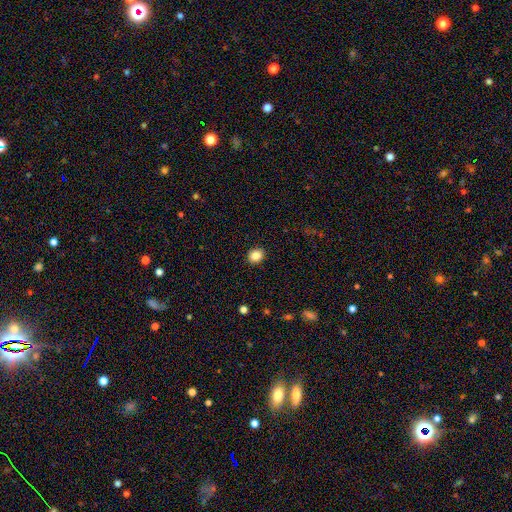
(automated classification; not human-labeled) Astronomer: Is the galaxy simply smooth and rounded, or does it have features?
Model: smooth — 85%.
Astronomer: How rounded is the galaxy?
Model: round — 53% (runner-up: in between, 46%).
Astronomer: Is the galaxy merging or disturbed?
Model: none — 91%.